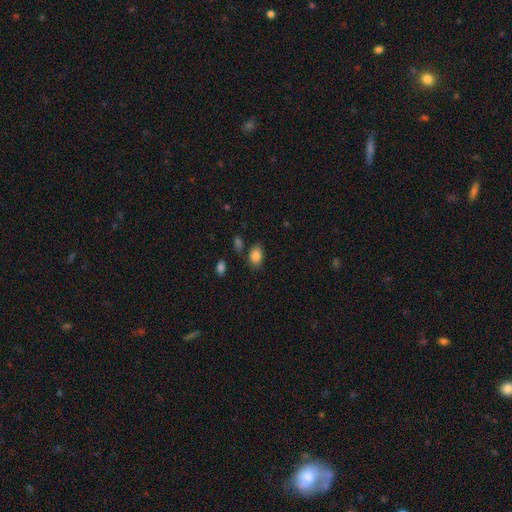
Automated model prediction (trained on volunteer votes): Overall: smooth (85%). How rounded: in between (85%). Merging: none (75%).